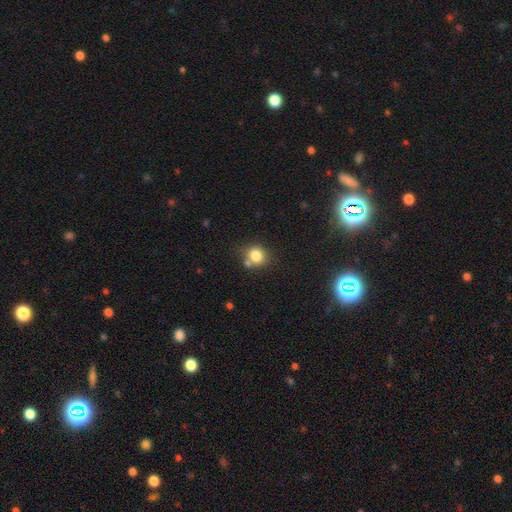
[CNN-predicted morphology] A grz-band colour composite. It shows a smooth galaxy with no disk features (81%) that is round (74%). Merging: none (63%).